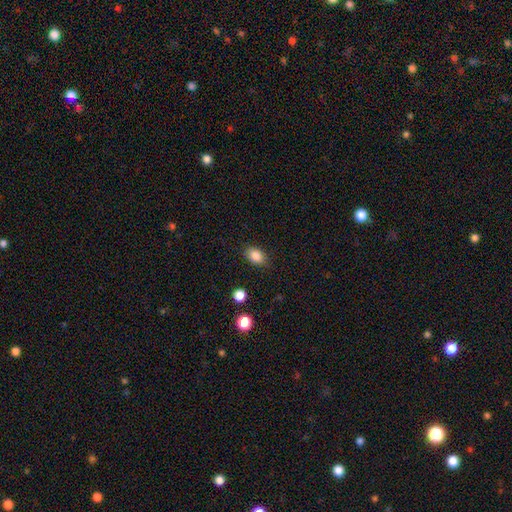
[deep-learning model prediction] A smooth galaxy with no disk features (86%) that is in between round and cigar-shaped (80%). Merging: none (84%).